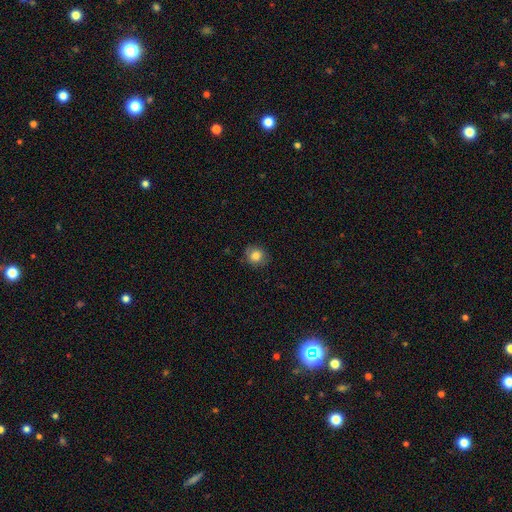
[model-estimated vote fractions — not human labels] smooth 81%, star or artifact 10%, featured or disk 9%. Down the decision tree: how rounded — round (82%); merging — none (78%).